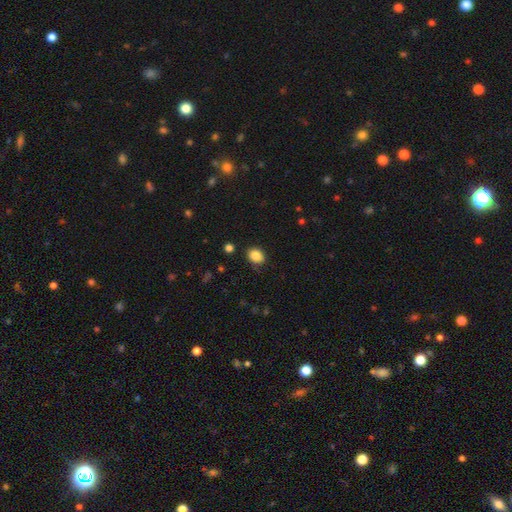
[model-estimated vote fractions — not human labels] smooth-or-featured: smooth: 86% | star or artifact: 9% | featured or disk: 4%
  how-rounded: in between: 53% | round: 46% | cigar-shaped: 1%
  merging: none: 83% | minor disturbance: 12% | major disturbance: 3% | merger: 2%